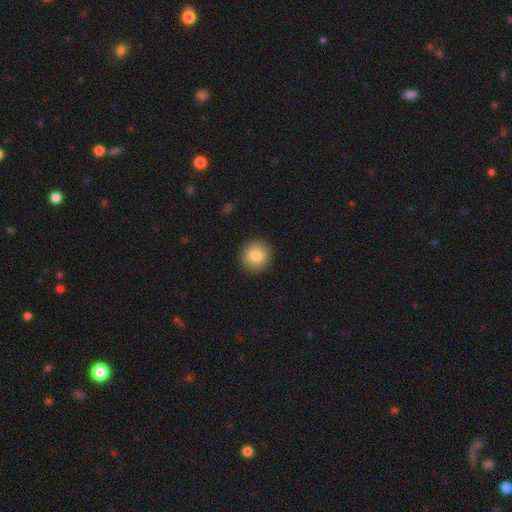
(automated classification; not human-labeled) A smooth galaxy with no disk features (84%) that is round (93%). Merging: none (92%).